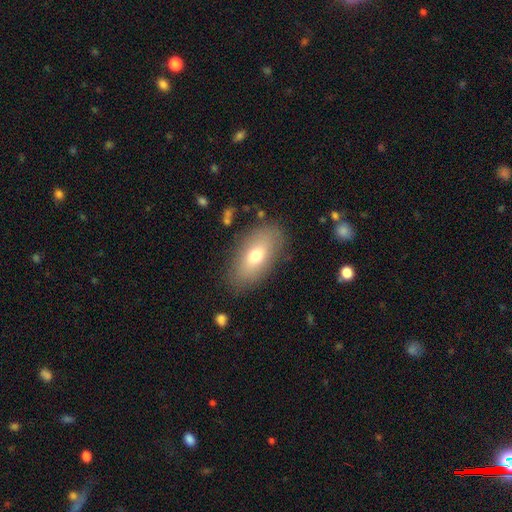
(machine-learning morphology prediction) This appears to be a smooth galaxy with no disk features (69%) that is in between round and cigar-shaped (89%). Merging: none (82%).